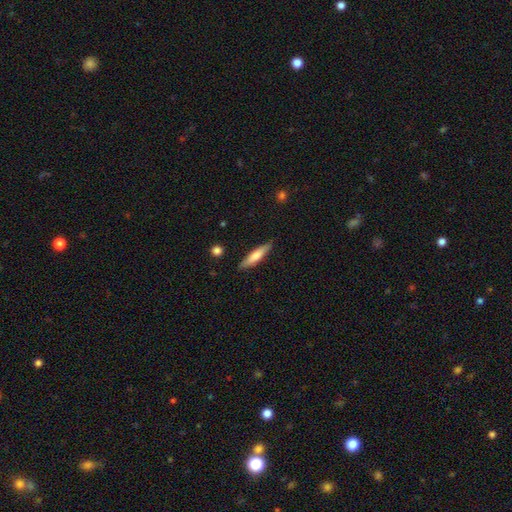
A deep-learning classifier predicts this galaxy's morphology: smooth_or_featured: smooth (p=0.64) [alt: featured or disk p=0.30]
how_rounded: cigar-shaped (p=0.83) [alt: in between p=0.16]
merging: none (p=0.87) [alt: minor disturbance p=0.10]